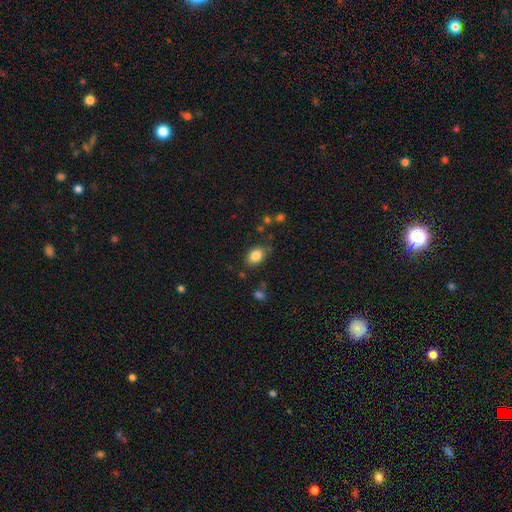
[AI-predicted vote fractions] A smooth galaxy with no disk features (84%) that is in between round and cigar-shaped (82%).

Vote fractions:
- Smooth or featured? smooth: 84% / star or artifact: 9% / featured or disk: 7%
- How rounded? in between: 82% / round: 17% / cigar-shaped: 1%
- Merging? none: 77% / minor disturbance: 15% / major disturbance: 4% / merger: 3%